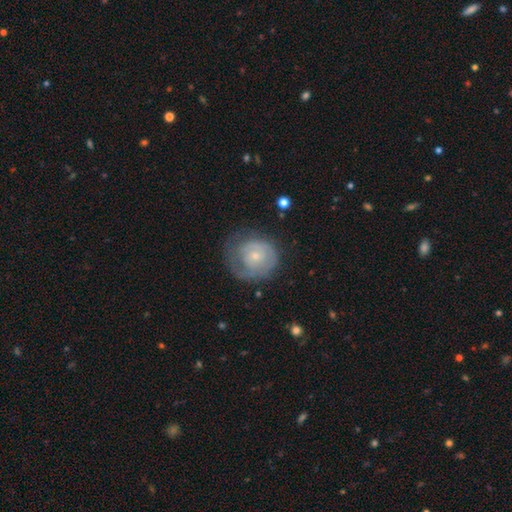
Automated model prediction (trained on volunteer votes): smooth-or-featured: featured or disk: 57% | smooth: 37% | star or artifact: 7%
  disk-edge-on: no: 97% | yes: 3%
    bar: no: 80% | weak: 17% | strong: 3%
    has-spiral-arms: yes: 68% | no: 32%
    bulge-size: small: 66% | moderate: 28% | none: 3% | large: 2% | dominant: 1%
  merging: none: 56% | minor disturbance: 25% | major disturbance: 18% | merger: 1%